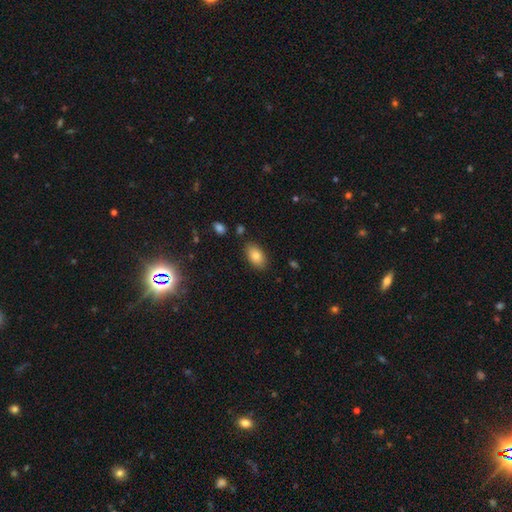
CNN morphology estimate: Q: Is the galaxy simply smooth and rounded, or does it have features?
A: smooth — 82%.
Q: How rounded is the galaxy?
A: in between — 92%.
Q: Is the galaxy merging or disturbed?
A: none — 85%.